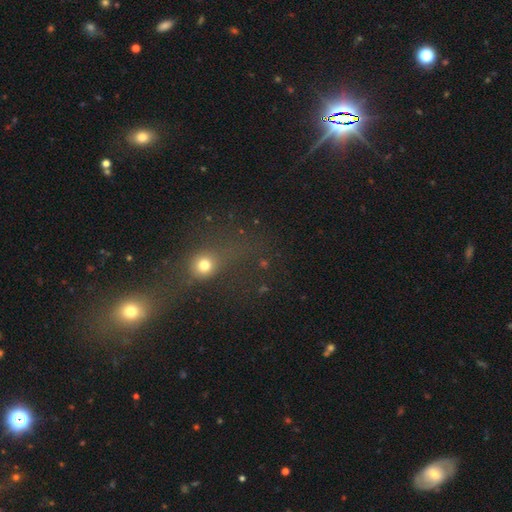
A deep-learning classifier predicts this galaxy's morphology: A star or artifact, not a galaxy (47%).

Vote fractions:
- Smooth or featured? star or artifact: 47% / smooth: 38% / featured or disk: 15%